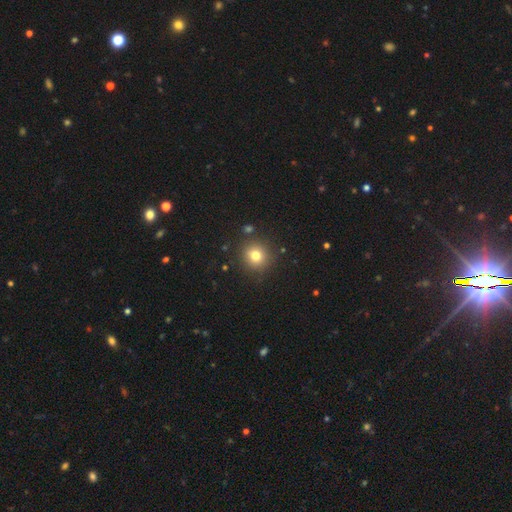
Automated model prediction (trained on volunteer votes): This appears to be a smooth galaxy with no disk features (77%) that is round (92%). Merging: none (87%).